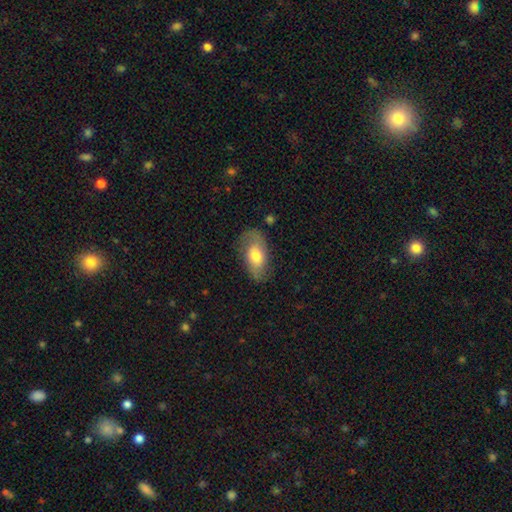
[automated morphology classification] Smooth or featured? Predicted: smooth (p=0.58). How rounded? Predicted: in between (p=0.90). Merging? Predicted: none (p=0.70).